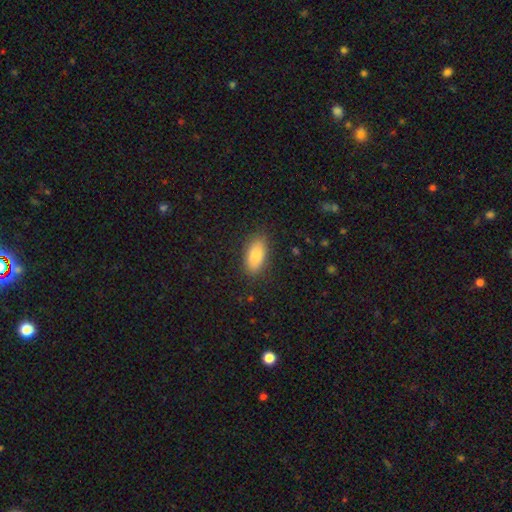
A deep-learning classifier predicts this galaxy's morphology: This appears to be a smooth galaxy with no disk features (87%) that is in between round and cigar-shaped (88%). Merging: none (84%).